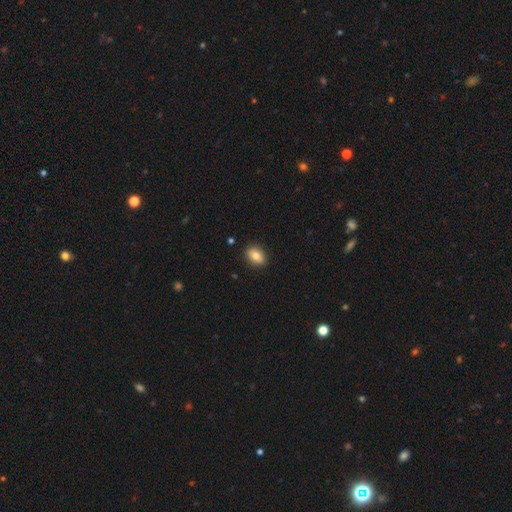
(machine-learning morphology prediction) This appears to be a smooth galaxy with no disk features (81%) that is in between round and cigar-shaped (78%). Merging: none (89%).